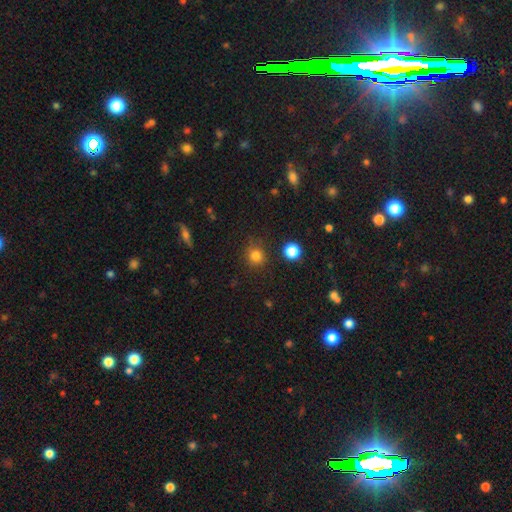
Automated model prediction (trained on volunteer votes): A smooth galaxy with no disk features (81%) that is round (91%). Merging: none (85%).